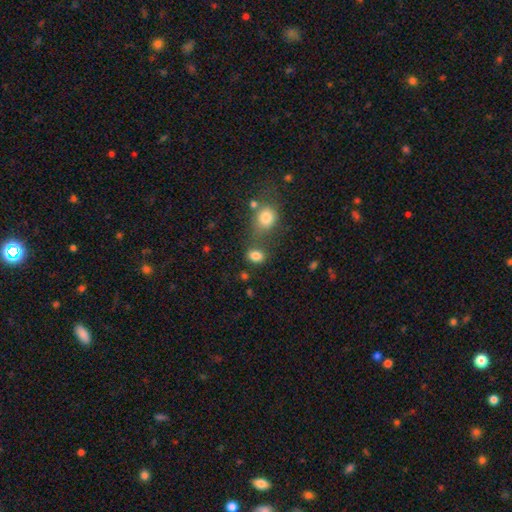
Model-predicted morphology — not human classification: smooth-or-featured: smooth: 82% | star or artifact: 12% | featured or disk: 6%
  how-rounded: in between: 64% | round: 35% | cigar-shaped: 1%
  merging: none: 61% | merger: 20% | minor disturbance: 13% | major disturbance: 6%